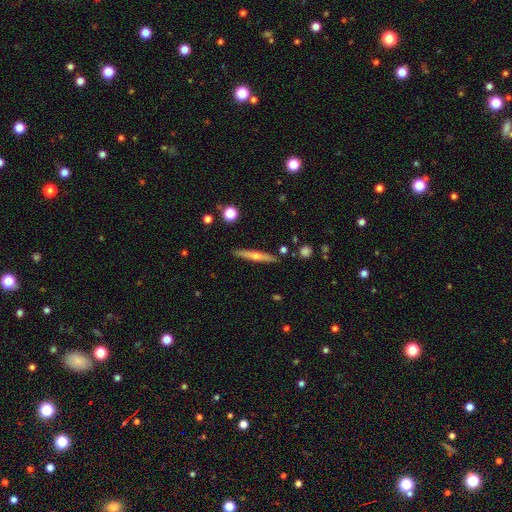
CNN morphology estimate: A featured or disk galaxy (54%) viewed edge-on (95%) with a rounded central bulge (75%). Merging: none (89%).